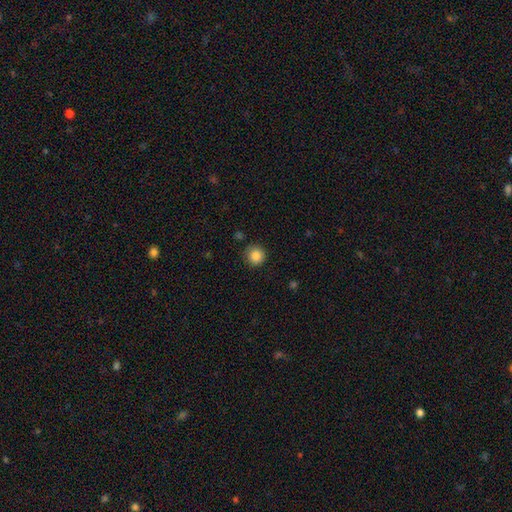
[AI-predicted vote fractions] Smooth or featured? smooth (86%)
How rounded? round (93%)
Merging? none (84%)